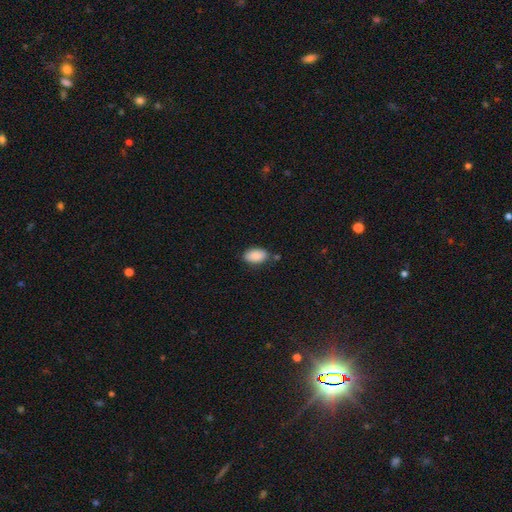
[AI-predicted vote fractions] smooth_or_featured: smooth (p=0.89) [alt: star or artifact p=0.07]
how_rounded: in between (p=0.93) [alt: round p=0.05]
merging: none (p=0.78) [alt: minor disturbance p=0.15]